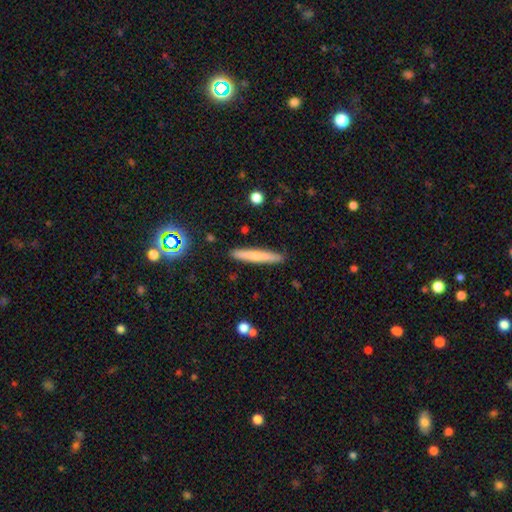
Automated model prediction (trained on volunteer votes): smooth 64%, featured or disk 28%, star or artifact 7%. Down the decision tree: how rounded — cigar-shaped (95%); merging — none (90%).